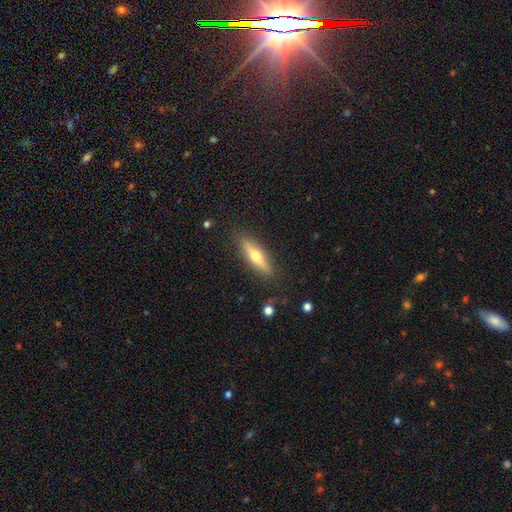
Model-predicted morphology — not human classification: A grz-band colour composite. It shows a featured or disk galaxy (54%) viewed edge-on (91%). Merging: none (87%).